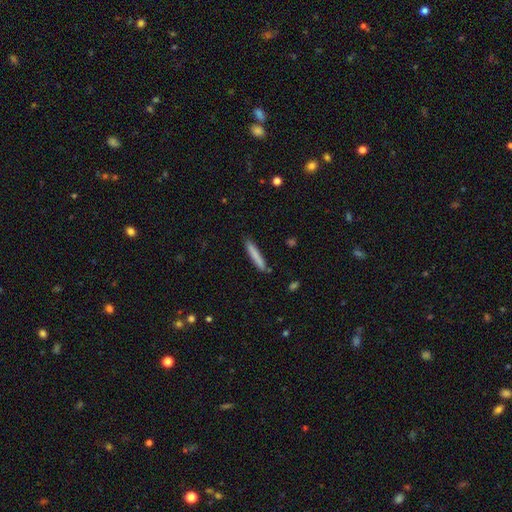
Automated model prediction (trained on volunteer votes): Morphology: type=smooth (79%); roundness=cigar-shaped (94%); merging=none (86%).